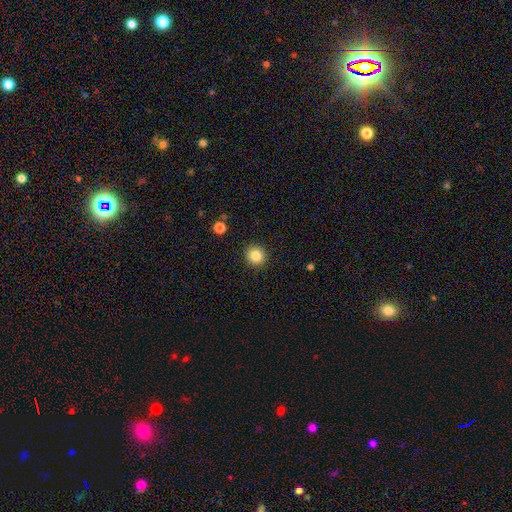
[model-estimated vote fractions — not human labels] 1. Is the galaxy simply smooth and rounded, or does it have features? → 84% smooth, 10% star or artifact, 5% featured or disk.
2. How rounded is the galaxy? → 94% round, 6% in between, 1% cigar-shaped.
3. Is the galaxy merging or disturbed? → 92% none, 5% minor disturbance, 2% major disturbance, 1% merger.